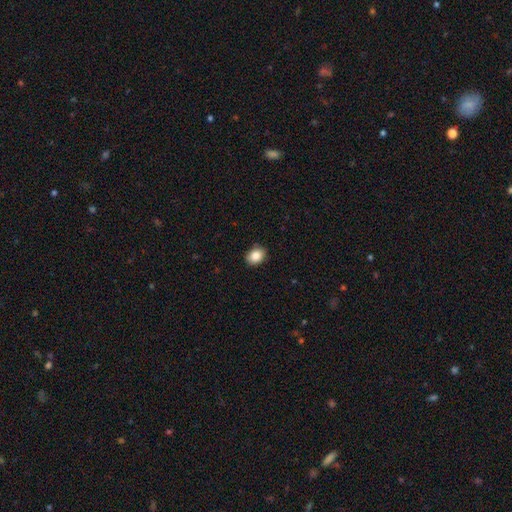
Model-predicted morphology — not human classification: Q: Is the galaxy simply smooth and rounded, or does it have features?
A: smooth — 86%.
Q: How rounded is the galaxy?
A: in between — 60%.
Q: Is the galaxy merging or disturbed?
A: none — 87%.